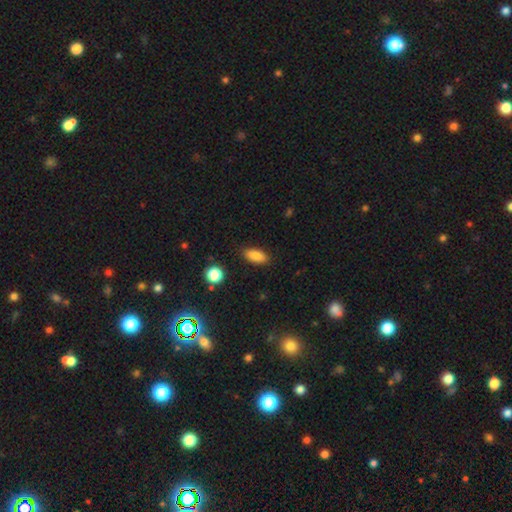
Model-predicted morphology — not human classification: type=smooth (86%); roundness=in between (85%); merging=none (87%).